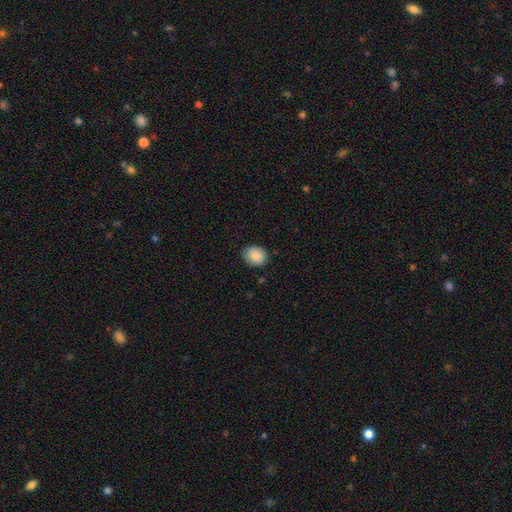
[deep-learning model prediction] A smooth galaxy with no disk features (86%) that is in between round and cigar-shaped (50%). Merging: none (82%).